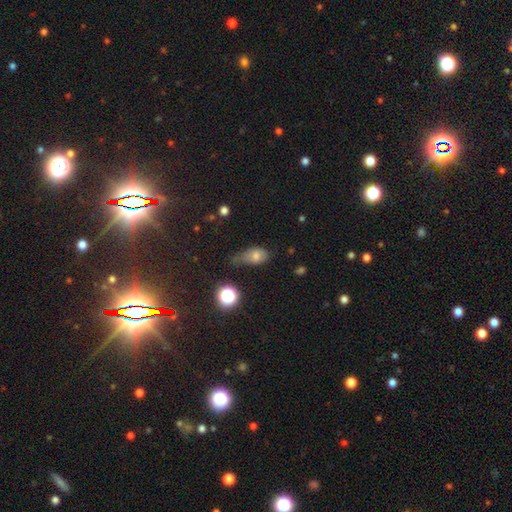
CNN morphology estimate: smooth-or-featured: smooth: 72% | star or artifact: 14% | featured or disk: 14%
  how-rounded: in between: 80% | round: 16% | cigar-shaped: 4%
  merging: minor disturbance: 40% | none: 31% | major disturbance: 23% | merger: 7%